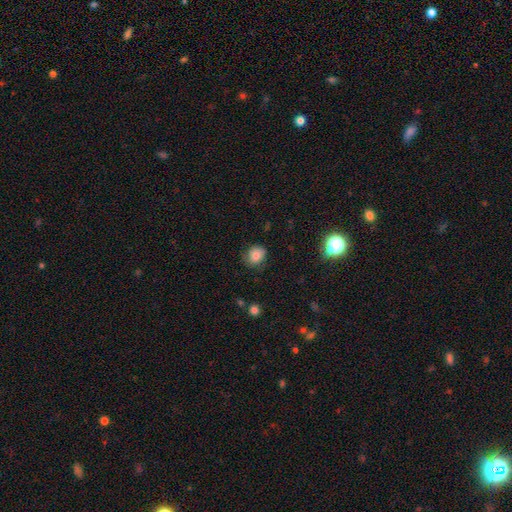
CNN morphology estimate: A smooth galaxy with no disk features (76%) that is round (71%).

Vote fractions:
- Smooth or featured? smooth: 76% / star or artifact: 12% / featured or disk: 12%
- How rounded? round: 71% / in between: 28% / cigar-shaped: 1%
- Merging? none: 70% / minor disturbance: 22% / major disturbance: 7% / merger: 1%